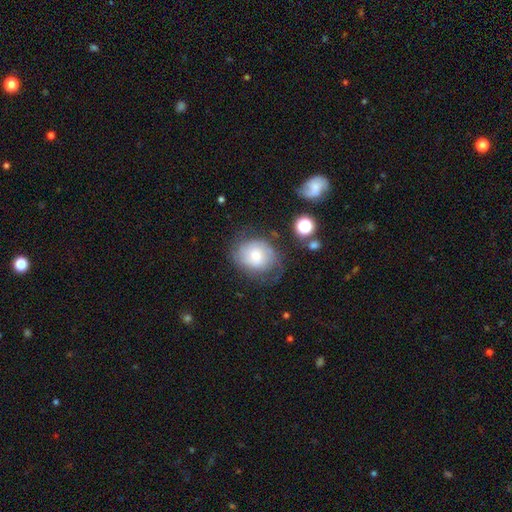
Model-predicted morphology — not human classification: Overall: featured or disk (57%; smooth 34%). Edge-on disk: no (97%). Bar: no (73%). Spiral arms: yes (83%). Bulge size: moderate (46%; small 42%). Merging: none (58%; minor disturbance 23%).